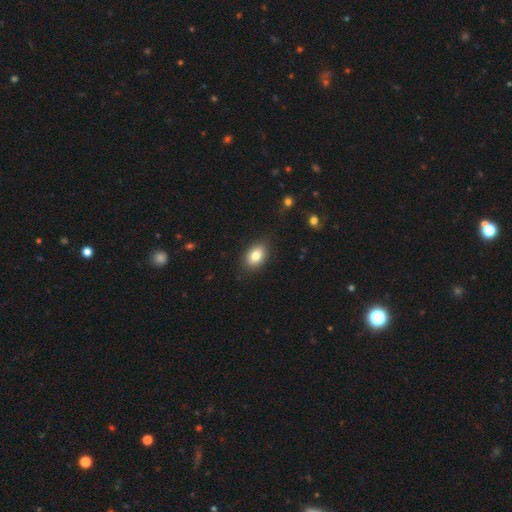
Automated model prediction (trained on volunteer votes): Smooth or featured: smooth — 83% (featured or disk — 9%)
How rounded: in between — 85% (round — 14%)
Merging: none — 85% (minor disturbance — 12%)